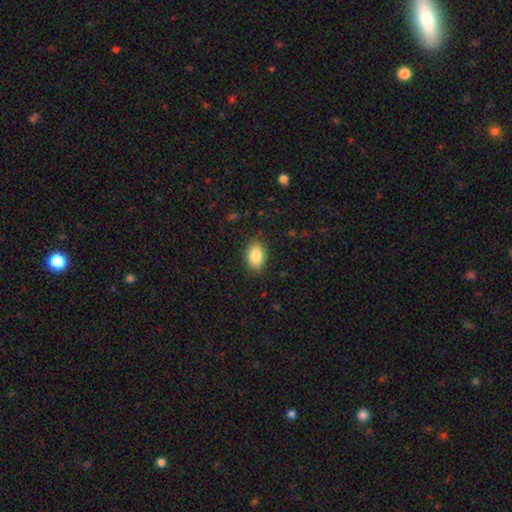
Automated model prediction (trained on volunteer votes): smooth-or-featured: smooth: 86% | star or artifact: 8% | featured or disk: 6%
  how-rounded: in between: 88% | round: 11% | cigar-shaped: 2%
  merging: none: 86% | minor disturbance: 10% | major disturbance: 3% | merger: 1%